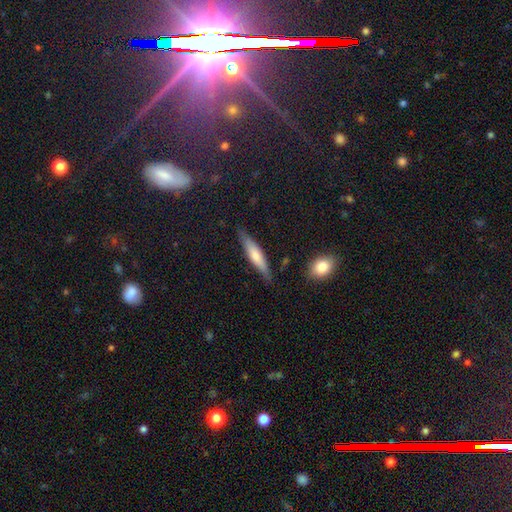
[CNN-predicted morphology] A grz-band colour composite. It shows a smooth galaxy with no disk features (59%) that is cigar-shaped (82%). Merging: none (82%).